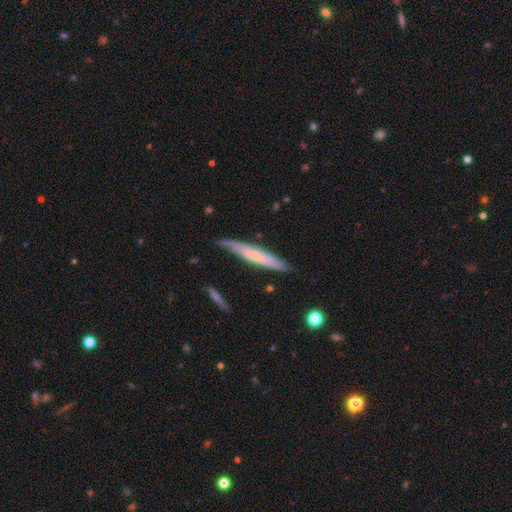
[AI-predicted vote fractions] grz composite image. It shows a featured or disk galaxy (53%) viewed edge-on (73%). Merging: none (77%).